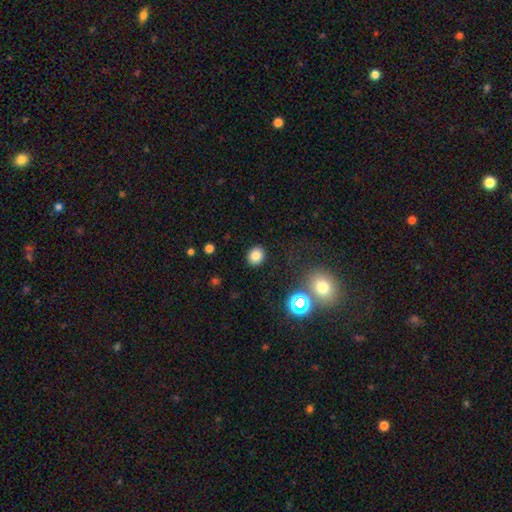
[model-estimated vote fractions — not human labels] A smooth galaxy with no disk features (81%) that is round (71%). Merging: none (89%).